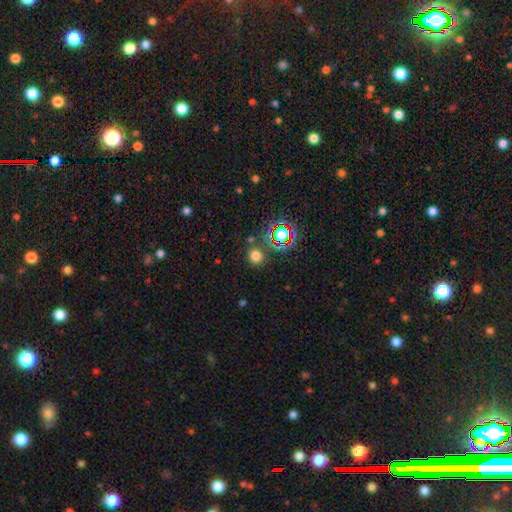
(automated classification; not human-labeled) A smooth galaxy with no disk features (70%) that is round (91%). Merging: none (81%).